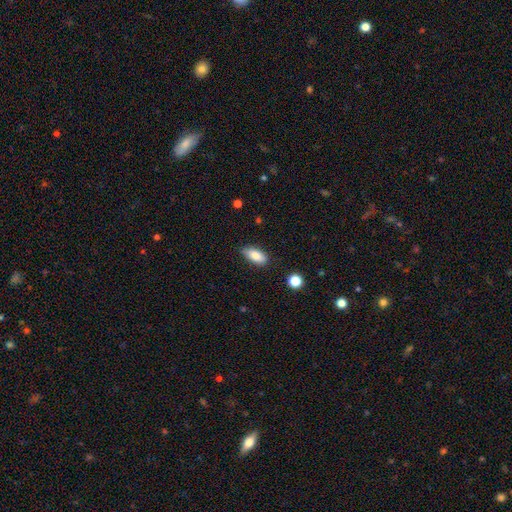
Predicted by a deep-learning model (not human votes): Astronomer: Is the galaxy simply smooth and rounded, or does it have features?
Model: smooth — 84%.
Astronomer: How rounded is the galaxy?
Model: in between — 86%.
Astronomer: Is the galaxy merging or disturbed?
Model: none — 79%.